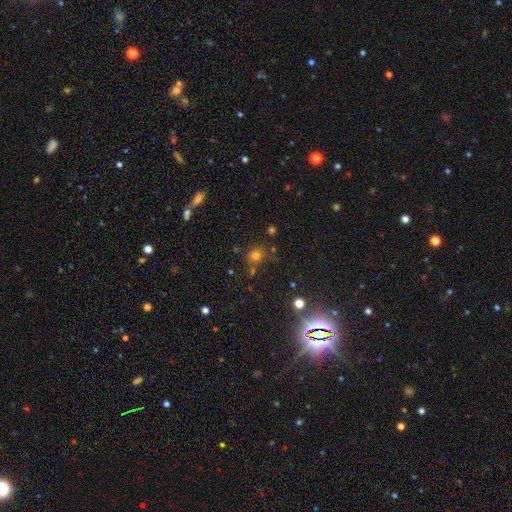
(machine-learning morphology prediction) Smooth or featured: smooth — 70% (star or artifact — 23%)
How rounded: round — 81% (in between — 18%)
Merging: none — 71% (minor disturbance — 13%)